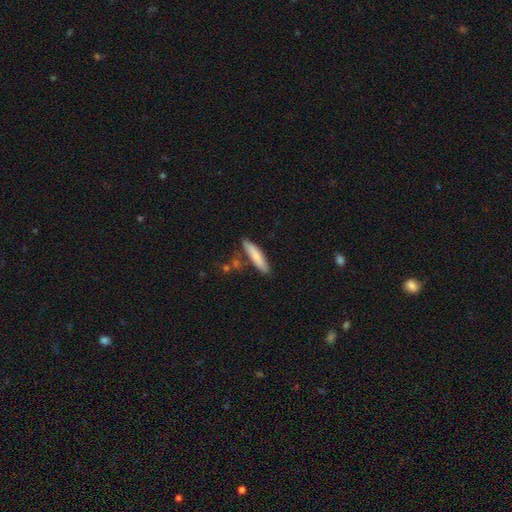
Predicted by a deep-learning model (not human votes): Q: Smooth or featured?
A: smooth (79%); runner-up: featured or disk (15%)
Q: How rounded?
A: cigar-shaped (83%); runner-up: in between (16%)
Q: Merging?
A: none (79%); runner-up: minor disturbance (13%)